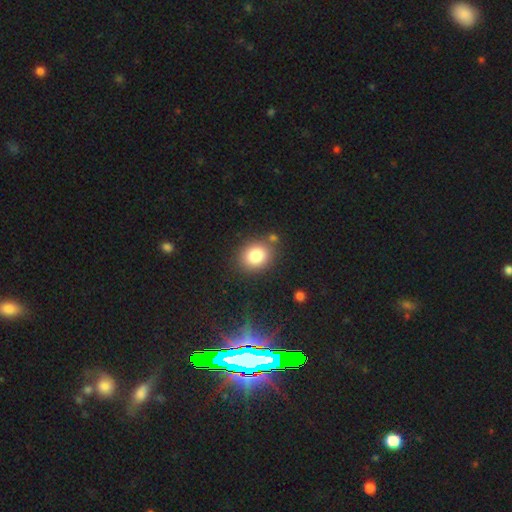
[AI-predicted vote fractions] A smooth galaxy with no disk features (84%) that is round (61%). Merging: none (79%).